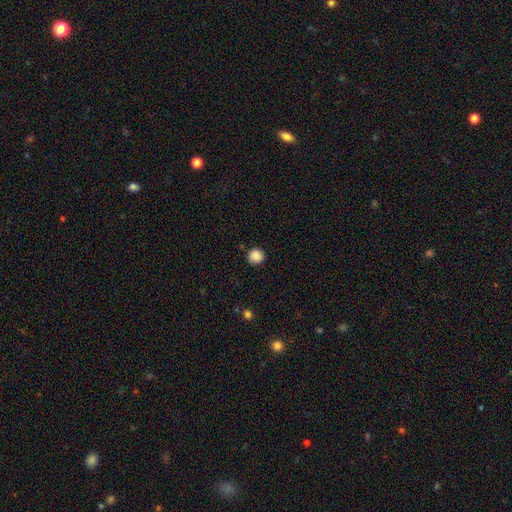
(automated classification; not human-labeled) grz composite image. It shows a smooth galaxy with no disk features (87%) that is round (91%). Merging: none (84%).